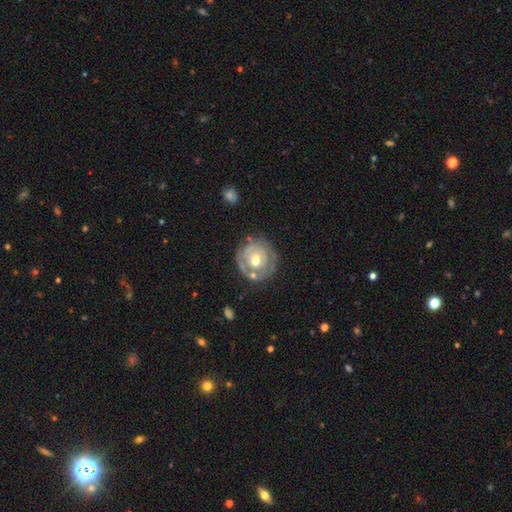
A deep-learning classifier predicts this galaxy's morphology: The model was most divided on "spiral arms": yes: 61%, no: 39%. More confident: edge-on disk — no (96%); bar — no (81%); merging — none (73%); smooth or featured — featured or disk (68%); bulge size — moderate (66%).